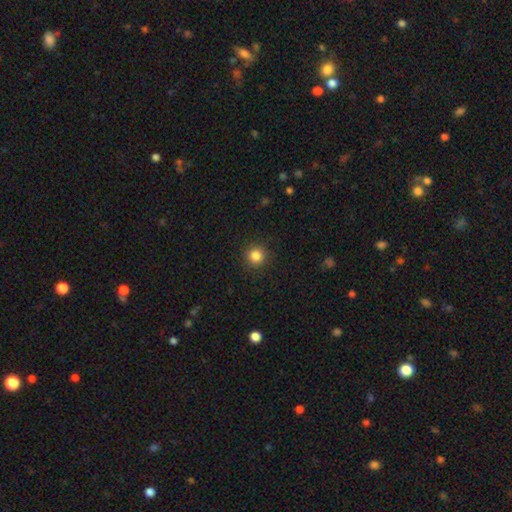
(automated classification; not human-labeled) Smooth or featured? smooth (85%)
How rounded? round (94%)
Merging? none (91%)